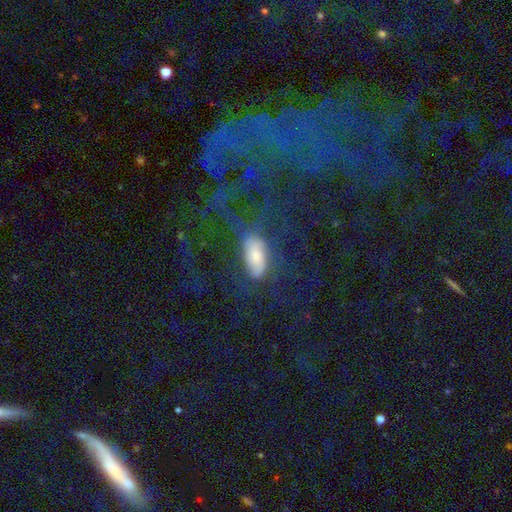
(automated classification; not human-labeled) Q: Smooth or featured?
A: featured or disk (41%); tied with: smooth (41%)
Q: Merging?
A: none (49%); runner-up: major disturbance (27%)